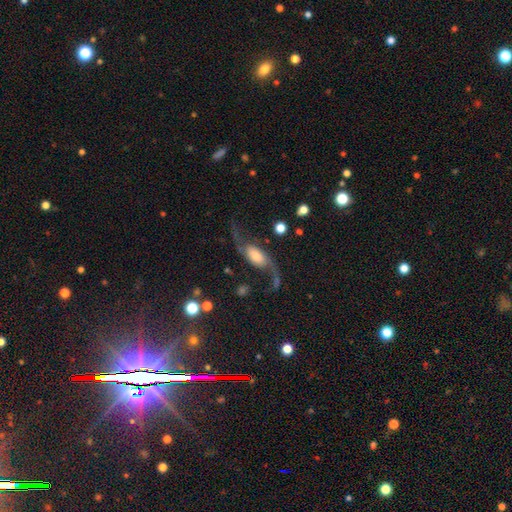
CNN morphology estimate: Q: Smooth or featured?
A: featured or disk (83%); runner-up: smooth (10%)
Q: Edge-on disk?
A: no (94%); runner-up: yes (6%)
Q: Bar?
A: no (51%); runner-up: weak (34%)
Q: Spiral arms?
A: yes (96%); runner-up: no (4%)
Q: Spiral winding?
A: loose (88%); runner-up: medium (9%)
Q: Spiral arm count?
A: 2 (94%); runner-up: 1 (2%)
Q: Bulge size?
A: large (31%); runner-up: moderate (30%)
Q: Merging?
A: none (65%); runner-up: major disturbance (17%)